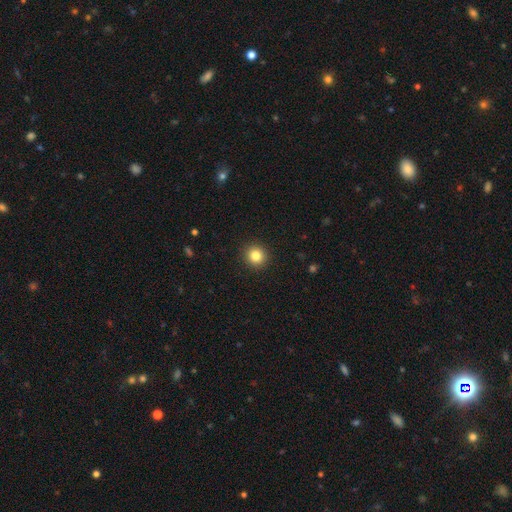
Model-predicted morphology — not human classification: A smooth galaxy with no disk features (83%) that is round (92%).

Vote fractions:
- Smooth or featured? smooth: 83% / star or artifact: 11% / featured or disk: 6%
- How rounded? round: 92% / in between: 7% / cigar-shaped: 1%
- Merging? none: 92% / minor disturbance: 5% / major disturbance: 2% / merger: 1%